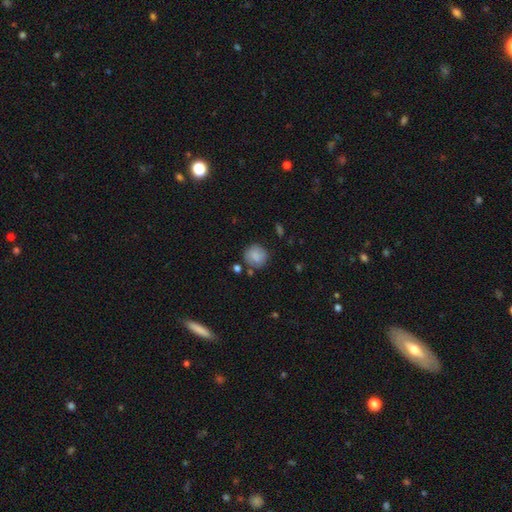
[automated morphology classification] The model was most divided on "merging": none: 72%, minor disturbance: 17%, merger: 6%, major disturbance: 5%. More confident: how rounded — round (85%); smooth or featured — smooth (78%).